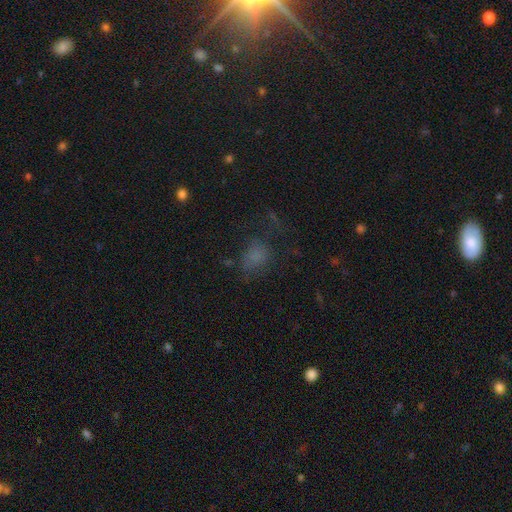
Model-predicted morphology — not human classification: Q: Smooth or featured?
A: smooth (66%); runner-up: star or artifact (21%)
Q: How rounded?
A: in between (58%); runner-up: round (40%)
Q: Merging?
A: none (48%); runner-up: major disturbance (26%)